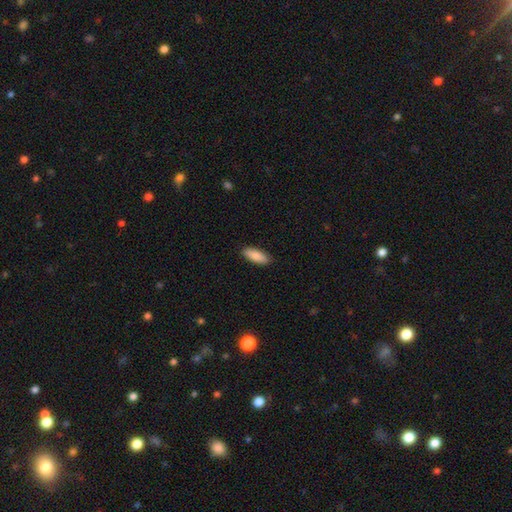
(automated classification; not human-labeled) smooth-or-featured: smooth: 86% | featured or disk: 8% | star or artifact: 6%
  how-rounded: in between: 73% | cigar-shaped: 25% | round: 2%
  merging: none: 88% | minor disturbance: 9% | major disturbance: 2% | merger: 1%